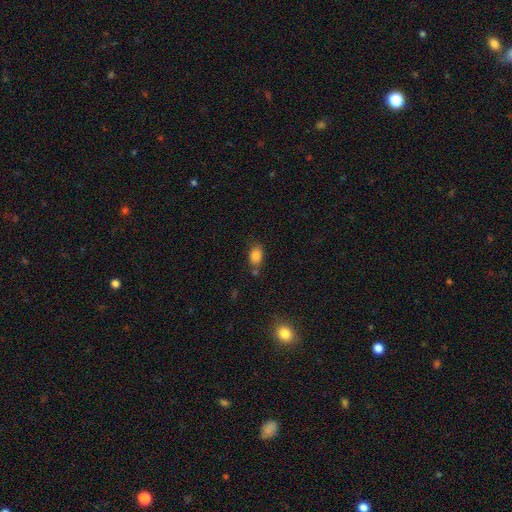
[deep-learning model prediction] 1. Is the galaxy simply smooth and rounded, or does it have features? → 84% smooth, 10% star or artifact, 6% featured or disk.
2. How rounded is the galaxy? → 80% in between, 18% round, 2% cigar-shaped.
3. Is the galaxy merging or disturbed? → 65% none, 19% minor disturbance, 11% merger, 5% major disturbance.